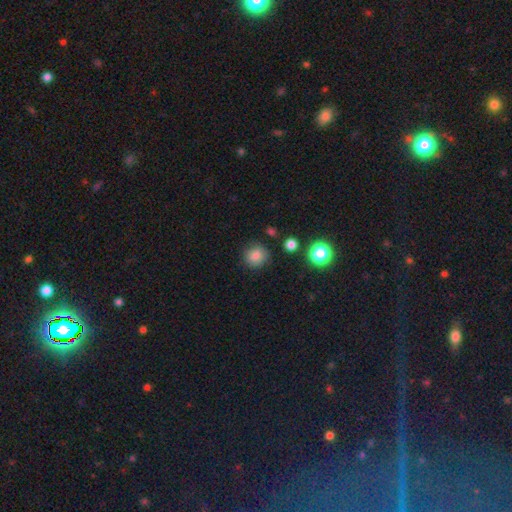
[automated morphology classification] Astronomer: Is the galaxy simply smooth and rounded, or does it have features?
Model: smooth — 82%.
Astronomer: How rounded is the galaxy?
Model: round — 90%.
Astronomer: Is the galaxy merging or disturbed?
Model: none — 86%.